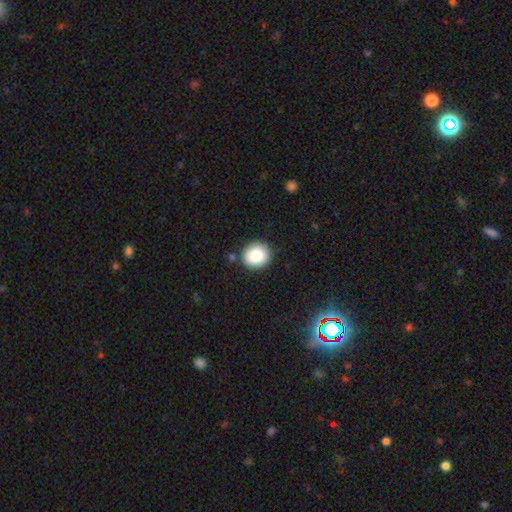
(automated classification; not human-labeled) This appears to be a smooth galaxy with no disk features (86%) that is round (85%). Merging: none (87%).